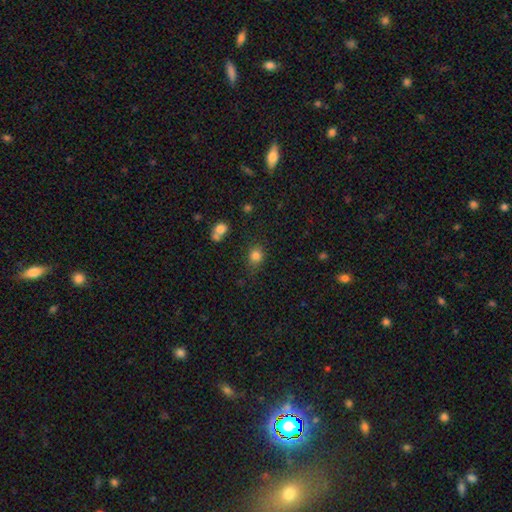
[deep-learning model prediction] Morphology: type=smooth (82%); roundness=round (65%); merging=none (76%).